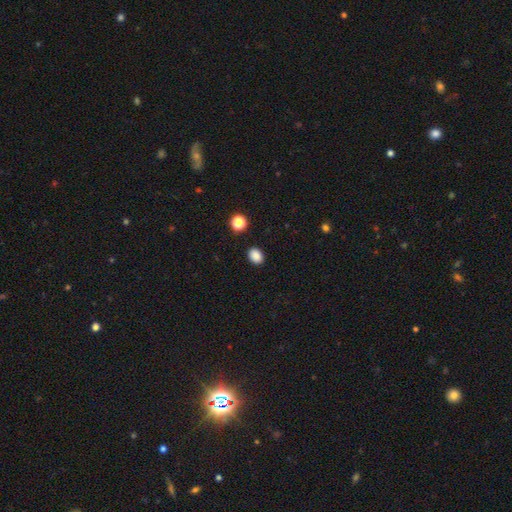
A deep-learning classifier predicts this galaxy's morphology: type=smooth (87%); roundness=in between (65%); merging=none (89%).